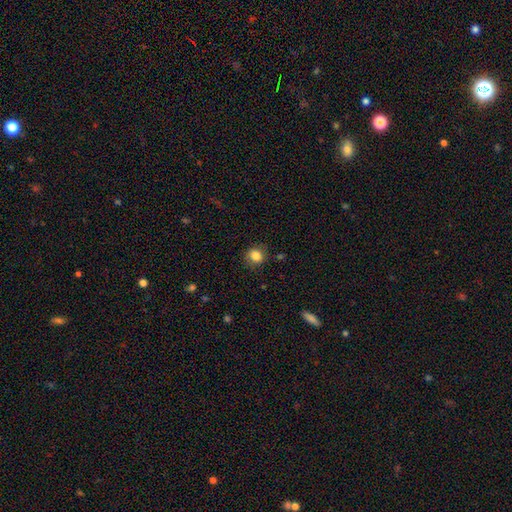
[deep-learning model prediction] Overall: smooth (84%). How rounded: round (73%). Merging: none (83%).